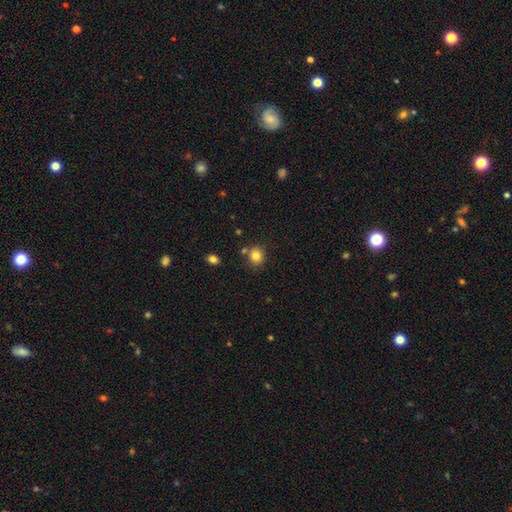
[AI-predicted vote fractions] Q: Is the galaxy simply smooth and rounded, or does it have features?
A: smooth — 82%.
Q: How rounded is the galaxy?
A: round — 78%.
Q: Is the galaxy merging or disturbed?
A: none — 78%.